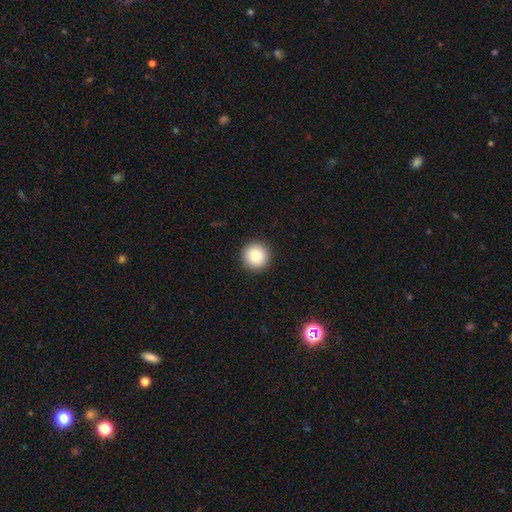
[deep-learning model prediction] The model was most divided on "smooth or featured": smooth: 84%, star or artifact: 9%, featured or disk: 7%. More confident: how rounded — round (96%); merging — none (93%).